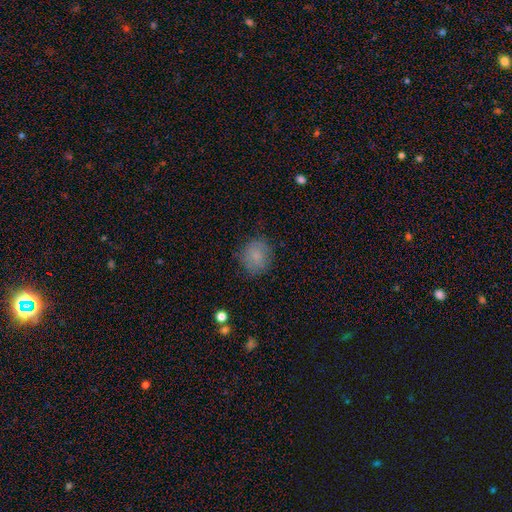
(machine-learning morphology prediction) Q: Smooth or featured?
A: smooth (81%); runner-up: featured or disk (10%)
Q: How rounded?
A: round (74%); runner-up: in between (25%)
Q: Merging?
A: none (79%); runner-up: minor disturbance (15%)